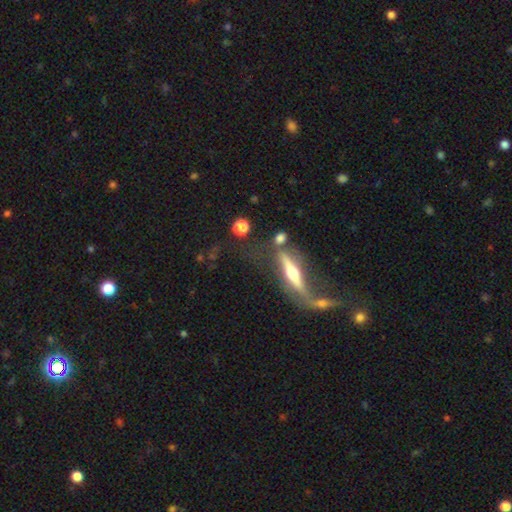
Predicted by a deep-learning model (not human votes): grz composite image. It shows a featured or disk galaxy (69%) viewed edge-on (57%). Merging: none (32%).